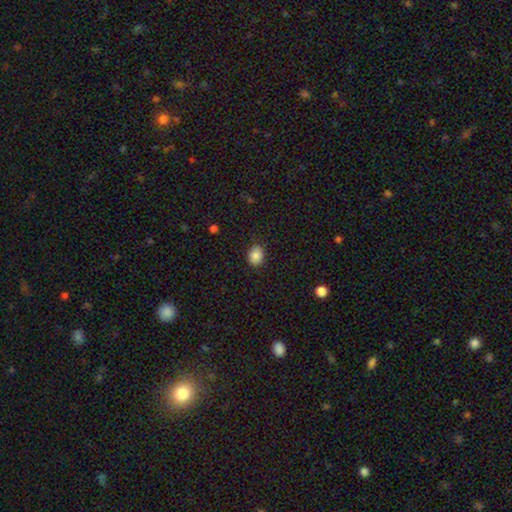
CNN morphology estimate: This appears to be a smooth galaxy with no disk features (86%) that is in between round and cigar-shaped (54%). Merging: none (85%).